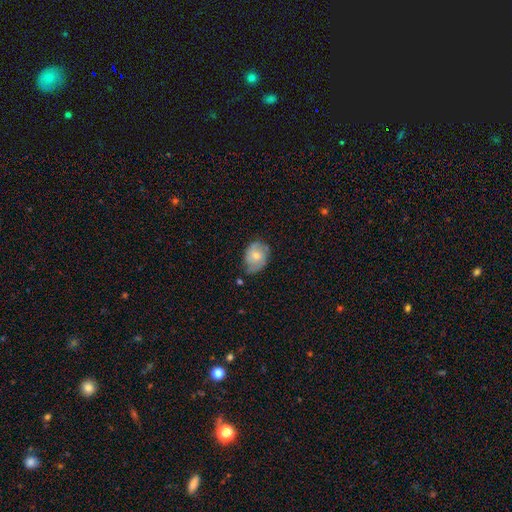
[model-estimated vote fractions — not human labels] smooth_or_featured: smooth (p=0.48) [alt: featured or disk p=0.45]
merging: none (p=0.54) [alt: minor disturbance p=0.33]